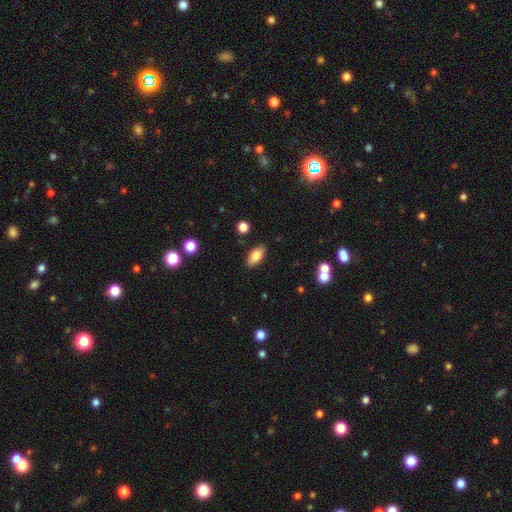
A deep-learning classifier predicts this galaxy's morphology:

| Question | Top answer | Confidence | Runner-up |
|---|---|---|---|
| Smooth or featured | smooth | 80% | featured or disk (12%) |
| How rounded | in between | 91% | cigar-shaped (5%) |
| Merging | none | 87% | minor disturbance (9%) |